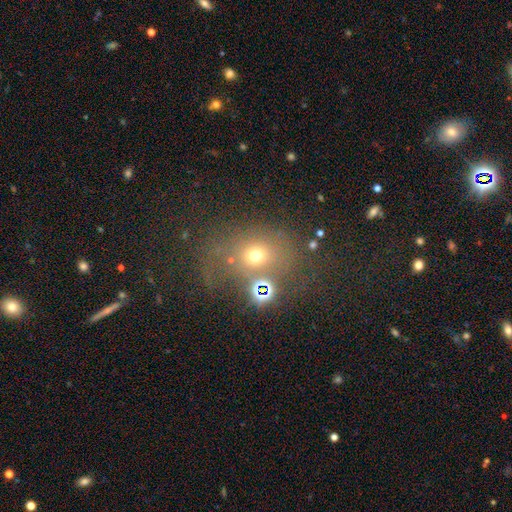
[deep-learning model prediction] Smooth or featured? Predicted: smooth (p=0.58). How rounded? Predicted: round (p=0.59). Merging? Predicted: none (p=0.53).